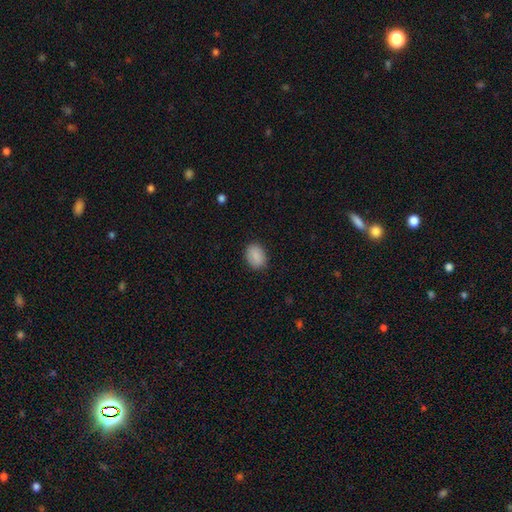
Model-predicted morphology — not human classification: smooth_or_featured: smooth (p=0.88) [alt: star or artifact p=0.07]
how_rounded: in between (p=0.72) [alt: round p=0.27]
merging: none (p=0.87) [alt: minor disturbance p=0.09]